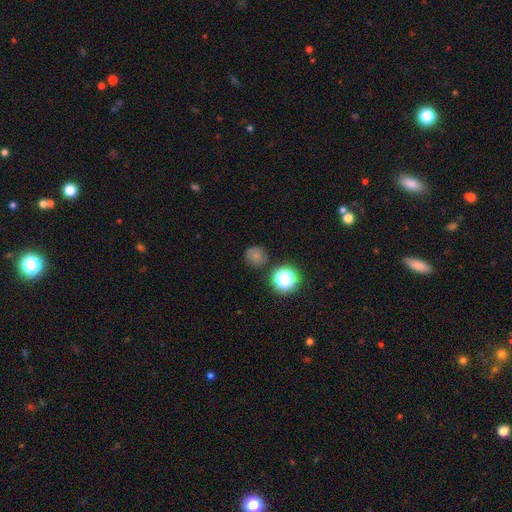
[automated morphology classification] smooth_or_featured: smooth (p=0.71) [alt: star or artifact p=0.21]
how_rounded: round (p=0.91) [alt: in between p=0.08]
merging: none (p=0.80) [alt: minor disturbance p=0.12]